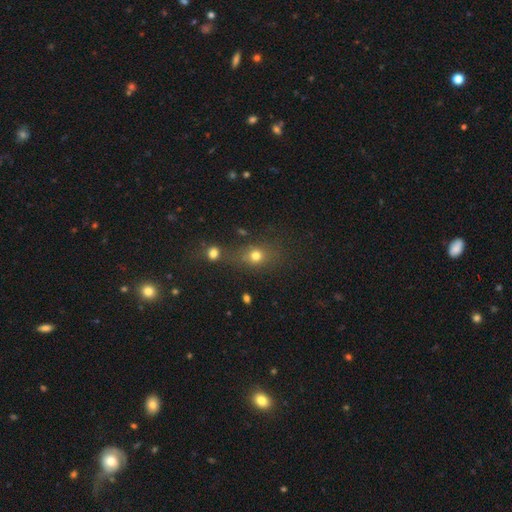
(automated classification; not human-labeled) Q: Smooth or featured?
A: smooth (72%); runner-up: star or artifact (18%)
Q: How rounded?
A: round (60%); runner-up: in between (37%)
Q: Merging?
A: none (53%); runner-up: merger (24%)